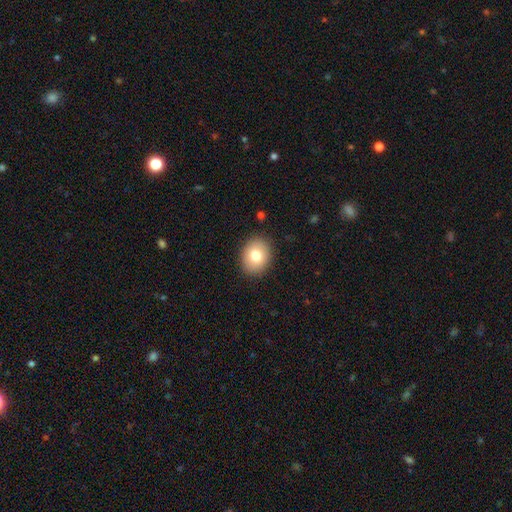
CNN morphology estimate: Smooth or featured? smooth (78%)
How rounded? in between (52%)
Merging? none (89%)